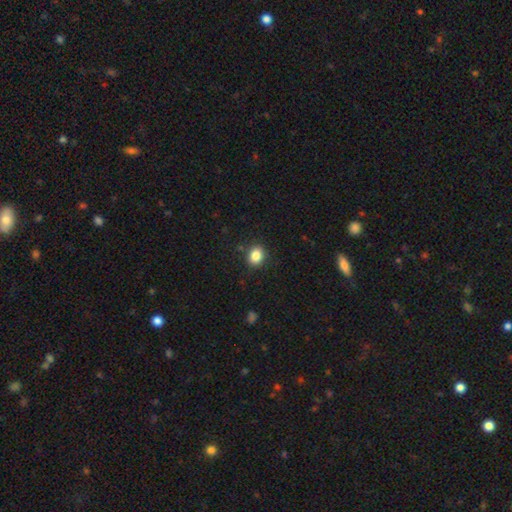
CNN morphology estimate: Q: Smooth or featured?
A: smooth (85%); runner-up: star or artifact (10%)
Q: How rounded?
A: round (52%); runner-up: in between (47%)
Q: Merging?
A: none (88%); runner-up: minor disturbance (8%)